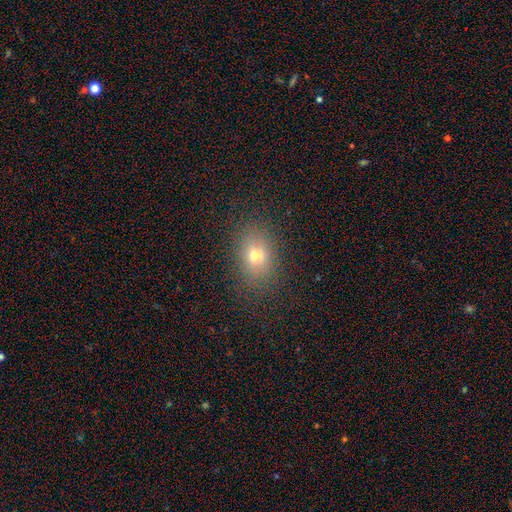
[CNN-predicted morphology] Smooth or featured?
  - smooth: 70% *
  - star or artifact: 15%
  - featured or disk: 15%
How rounded?
  - in between: 66% *
  - round: 32%
  - cigar-shaped: 2%
Merging?
  - none: 84% *
  - minor disturbance: 11%
  - major disturbance: 4%
  - merger: 1%